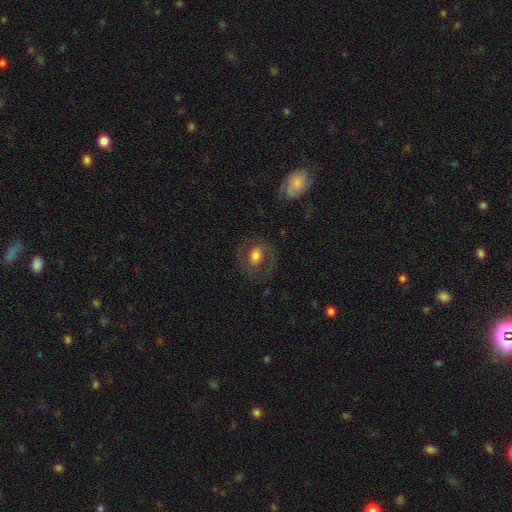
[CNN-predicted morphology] A smooth galaxy with no disk features (51%) that is in between round and cigar-shaped (62%). Merging: none (72%).